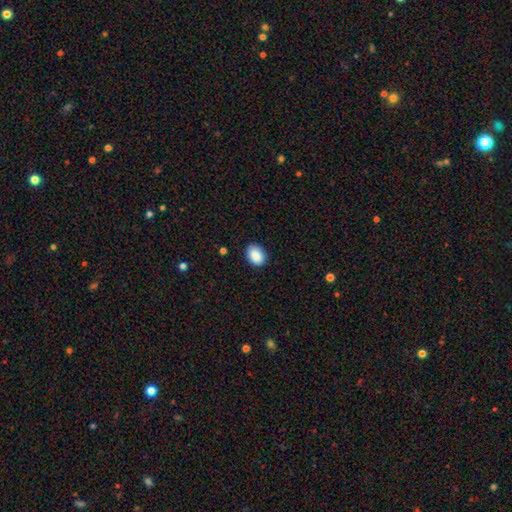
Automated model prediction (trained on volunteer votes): smooth_or_featured: smooth (p=0.89) [alt: star or artifact p=0.07]
how_rounded: in between (p=0.75) [alt: round p=0.24]
merging: none (p=0.86) [alt: minor disturbance p=0.11]